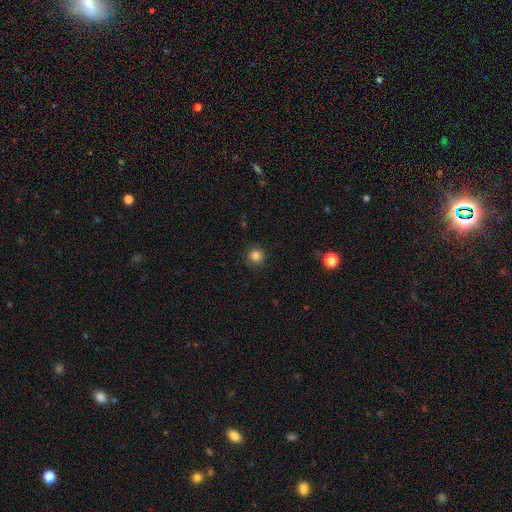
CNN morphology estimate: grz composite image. It shows a smooth galaxy with no disk features (83%) that is round (94%). Merging: none (86%).